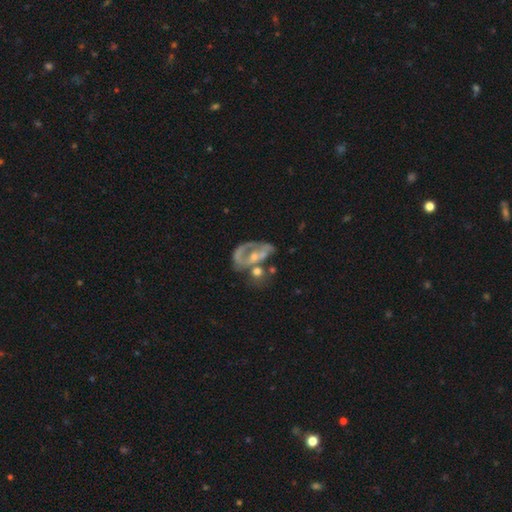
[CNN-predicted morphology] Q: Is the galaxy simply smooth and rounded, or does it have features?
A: featured or disk — 66%.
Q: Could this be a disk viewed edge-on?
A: no — 95%.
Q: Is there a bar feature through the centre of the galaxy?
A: no — 65%.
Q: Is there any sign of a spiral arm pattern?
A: no — 60%.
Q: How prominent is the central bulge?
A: moderate — 48%.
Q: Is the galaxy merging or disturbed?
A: merger — 33%.